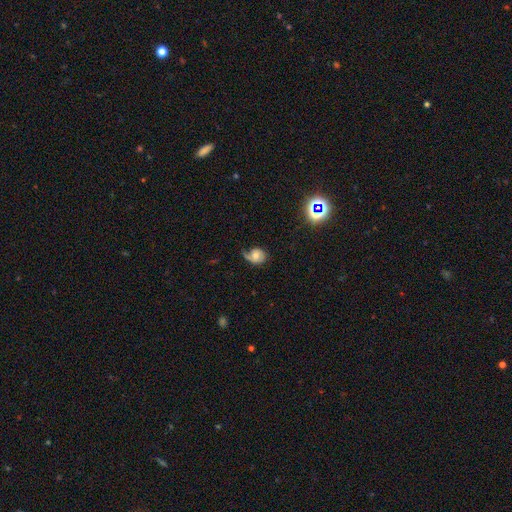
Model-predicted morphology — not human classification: This appears to be a featured or disk galaxy (49%). Merging: none (40%).